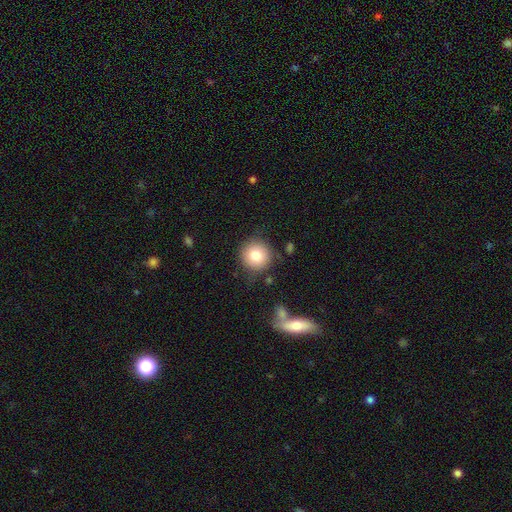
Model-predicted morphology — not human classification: A smooth galaxy with no disk features (80%) that is round (94%).

Vote fractions:
- Smooth or featured? smooth: 80% / featured or disk: 10% / star or artifact: 10%
- How rounded? round: 94% / in between: 5% / cigar-shaped: 1%
- Merging? none: 84% / minor disturbance: 10% / major disturbance: 3% / merger: 3%